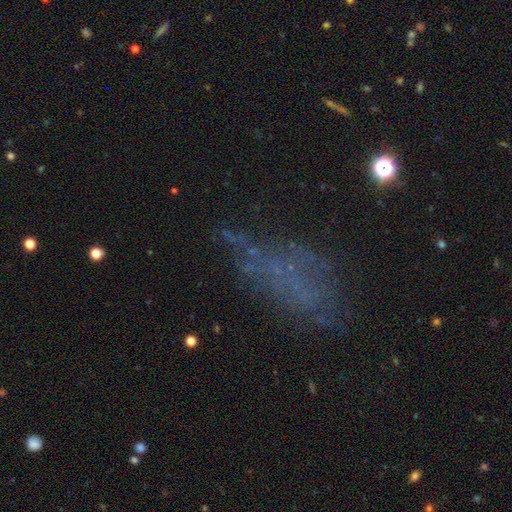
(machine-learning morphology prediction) This is marginally a featured or disk galaxy (38%). Merging: possibly none (48%).